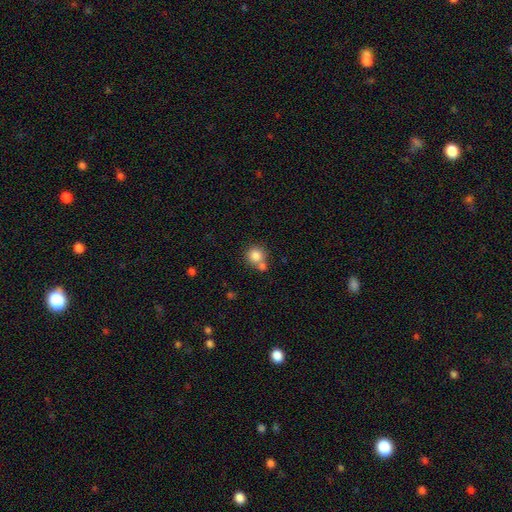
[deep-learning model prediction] Q: Smooth or featured?
A: smooth (82%); runner-up: star or artifact (10%)
Q: How rounded?
A: round (91%); runner-up: in between (8%)
Q: Merging?
A: none (58%); runner-up: merger (29%)